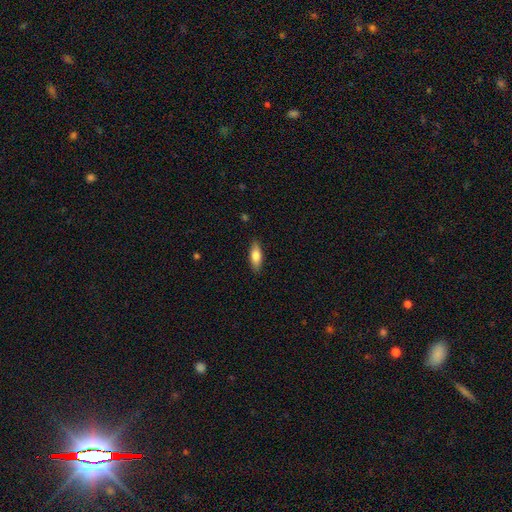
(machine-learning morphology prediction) Smooth or featured?
  - smooth: 76% *
  - featured or disk: 18%
  - star or artifact: 6%
How rounded?
  - in between: 68% *
  - cigar-shaped: 30%
  - round: 2%
Merging?
  - none: 88% *
  - minor disturbance: 9%
  - major disturbance: 2%
  - merger: 1%